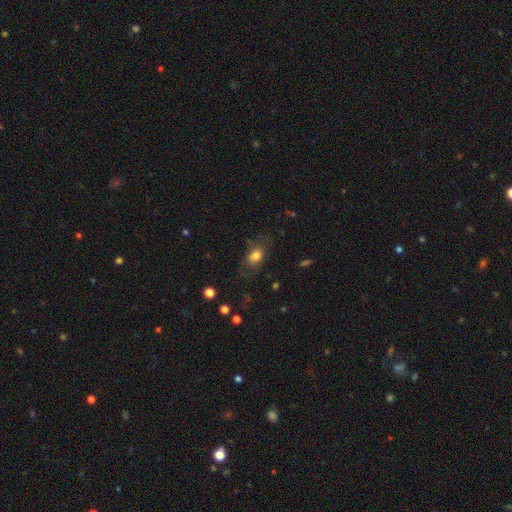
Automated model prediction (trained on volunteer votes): Q: Smooth or featured?
A: smooth (70%); runner-up: featured or disk (20%)
Q: How rounded?
A: in between (80%); runner-up: round (17%)
Q: Merging?
A: none (65%); runner-up: minor disturbance (20%)